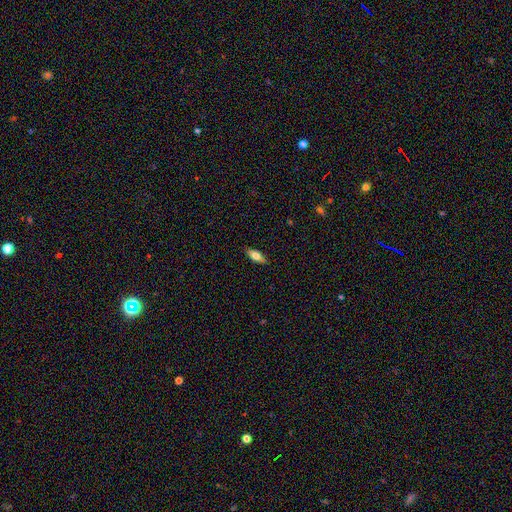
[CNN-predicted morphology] Smooth or featured: smooth — 65% (featured or disk — 28%)
How rounded: in between — 69% (cigar-shaped — 29%)
Merging: none — 86% (minor disturbance — 11%)